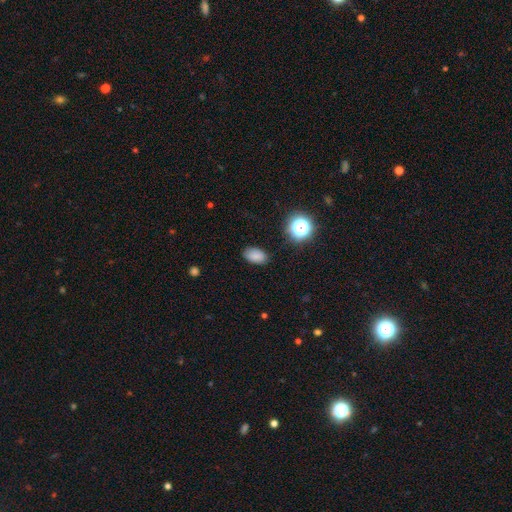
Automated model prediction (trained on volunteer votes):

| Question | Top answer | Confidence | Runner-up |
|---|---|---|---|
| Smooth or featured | smooth | 82% | star or artifact (13%) |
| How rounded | in between | 89% | round (9%) |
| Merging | none | 85% | minor disturbance (11%) |